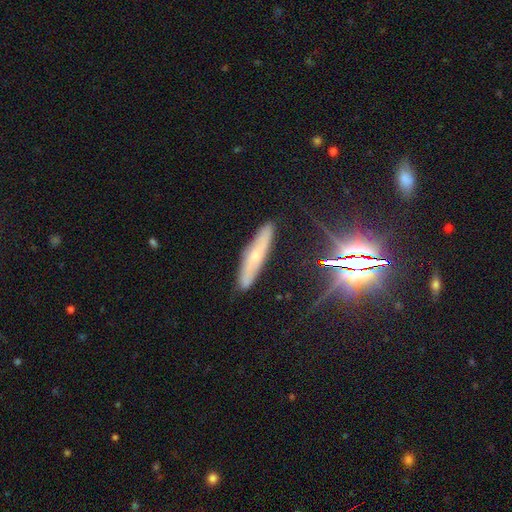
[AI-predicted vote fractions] Overall: featured or disk (43%; smooth 42%). Merging: none (84%).